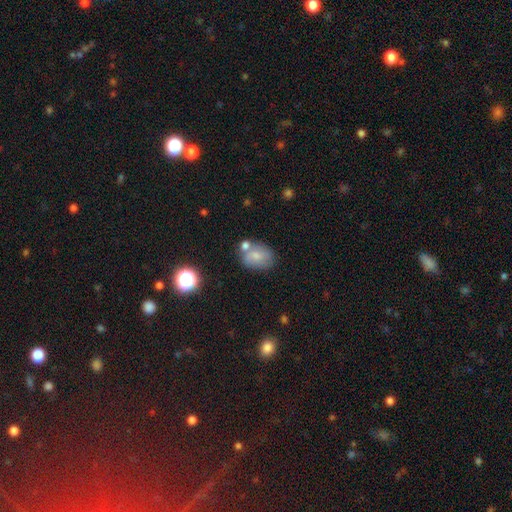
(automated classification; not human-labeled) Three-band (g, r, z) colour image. It shows a smooth galaxy with no disk features (64%) that is in between round and cigar-shaped (64%). Merging: none (48%).